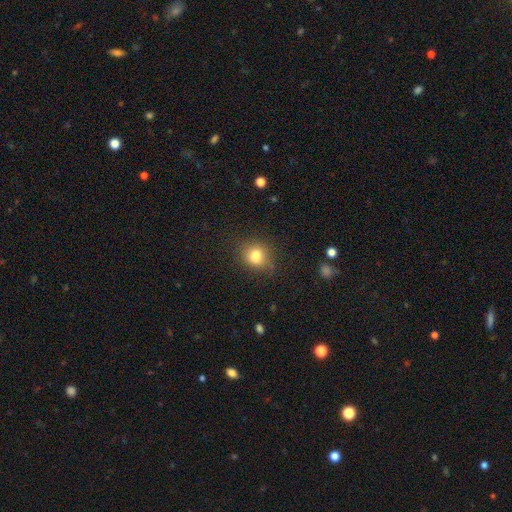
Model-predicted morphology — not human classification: Smooth or featured? smooth (79%)
How rounded? round (69%)
Merging? none (67%)